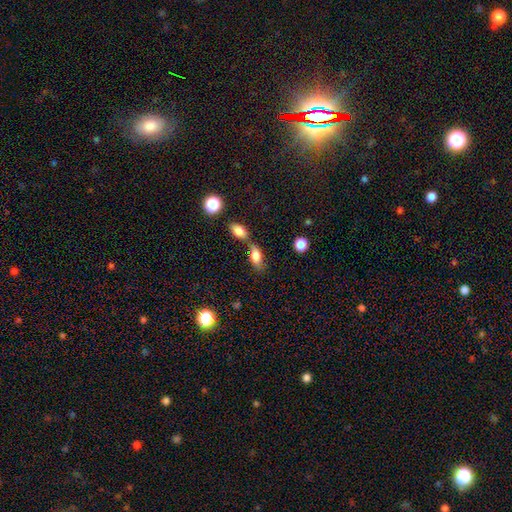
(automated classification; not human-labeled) A smooth galaxy with no disk features (77%) that is in between round and cigar-shaped (85%).

Vote fractions:
- Smooth or featured? smooth: 77% / featured or disk: 13% / star or artifact: 10%
- How rounded? in between: 85% / cigar-shaped: 9% / round: 7%
- Merging? none: 43% / merger: 38% / minor disturbance: 14% / major disturbance: 6%